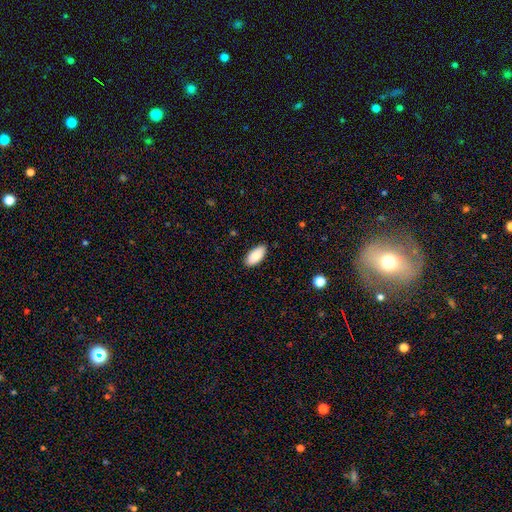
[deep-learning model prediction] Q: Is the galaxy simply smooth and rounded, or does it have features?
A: smooth — 88%.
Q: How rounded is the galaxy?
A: in between — 93%.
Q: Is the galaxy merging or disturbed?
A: none — 88%.